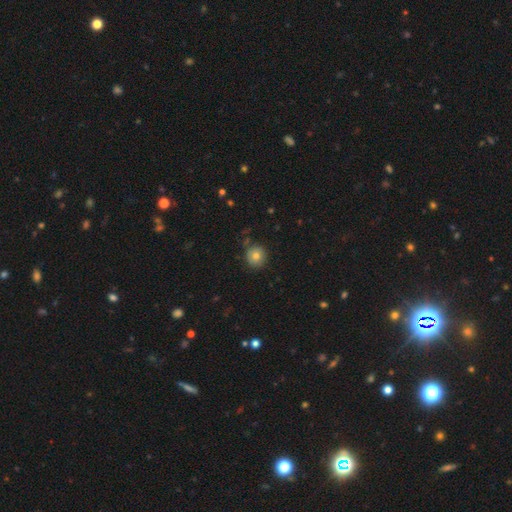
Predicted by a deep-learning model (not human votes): A smooth galaxy with no disk features (77%) that is round (89%).

Vote fractions:
- Smooth or featured? smooth: 77% / featured or disk: 12% / star or artifact: 11%
- How rounded? round: 89% / in between: 10% / cigar-shaped: 1%
- Merging? none: 83% / minor disturbance: 12% / major disturbance: 3% / merger: 2%